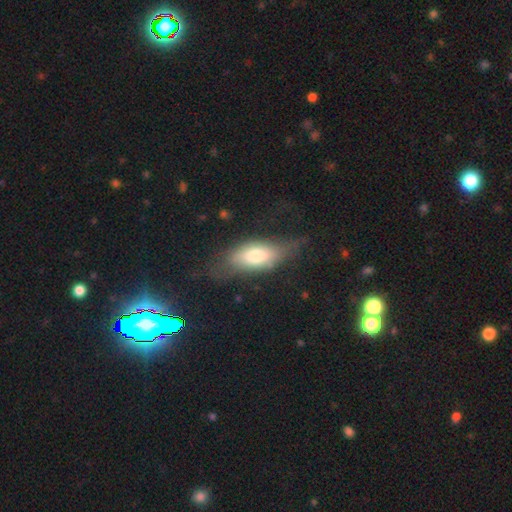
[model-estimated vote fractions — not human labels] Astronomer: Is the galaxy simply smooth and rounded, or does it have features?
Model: smooth — 63%.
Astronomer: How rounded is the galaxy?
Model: in between — 79%.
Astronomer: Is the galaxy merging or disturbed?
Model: none — 57%.